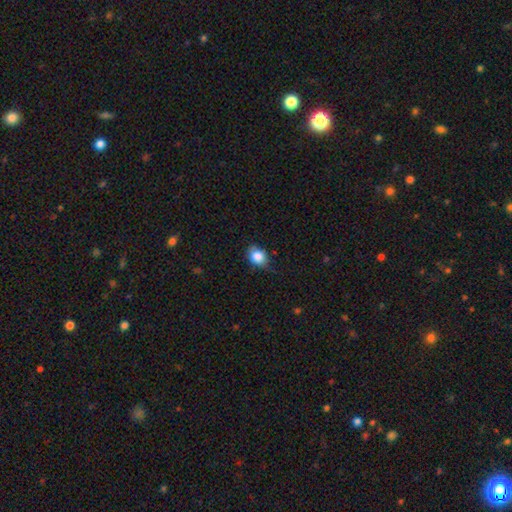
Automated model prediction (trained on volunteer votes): smooth 82%, star or artifact 9%, featured or disk 9%. Down the decision tree: how rounded — in between (50%); merging — none (61%).